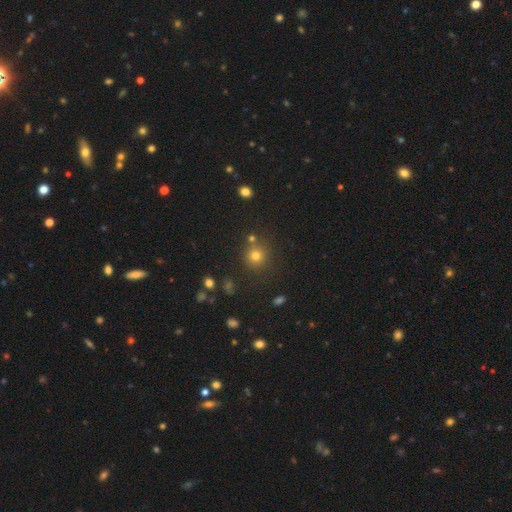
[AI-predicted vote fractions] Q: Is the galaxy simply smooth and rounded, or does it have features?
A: smooth — 74%.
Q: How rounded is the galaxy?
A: round — 92%.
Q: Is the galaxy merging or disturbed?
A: none — 79%.